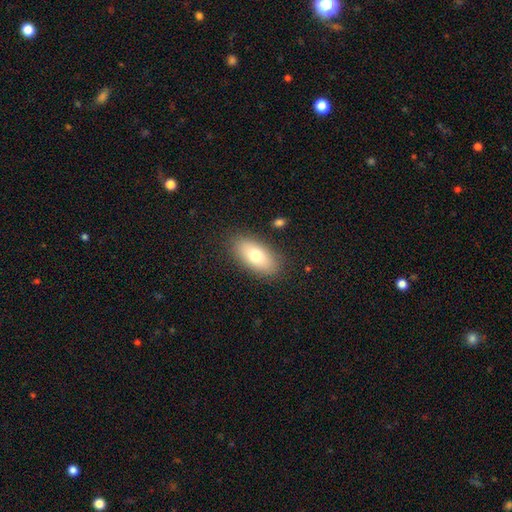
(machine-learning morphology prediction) Smooth or featured: smooth — 76% (featured or disk — 17%)
How rounded: in between — 90% (cigar-shaped — 7%)
Merging: none — 86% (minor disturbance — 10%)